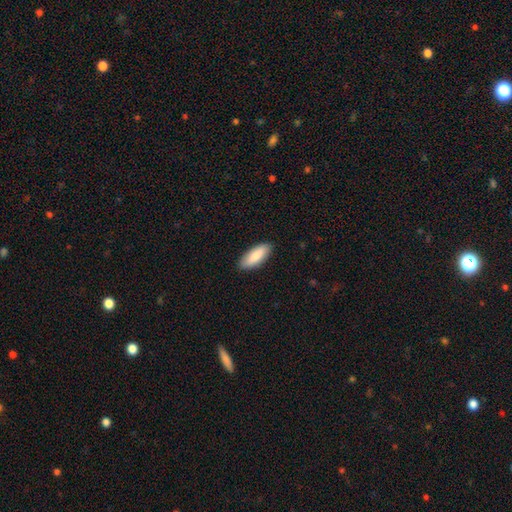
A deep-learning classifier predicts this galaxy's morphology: This is clearly a smooth galaxy (86%). How rounded: likely in between (74%). Merging: clearly none (89%).